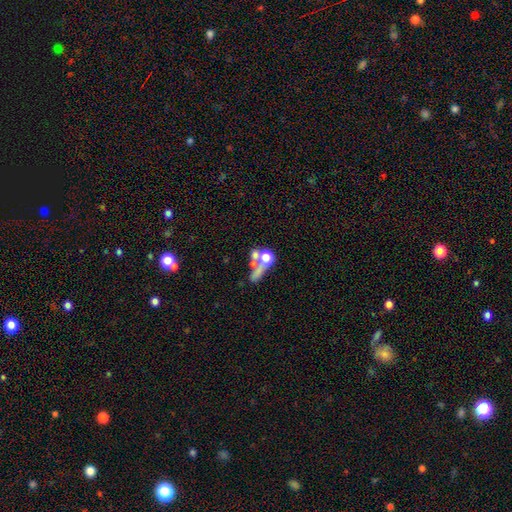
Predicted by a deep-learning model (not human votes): smooth 52%, featured or disk 25%, star or artifact 23%. Down the decision tree: how rounded — round (59%); merging — merger (44%).